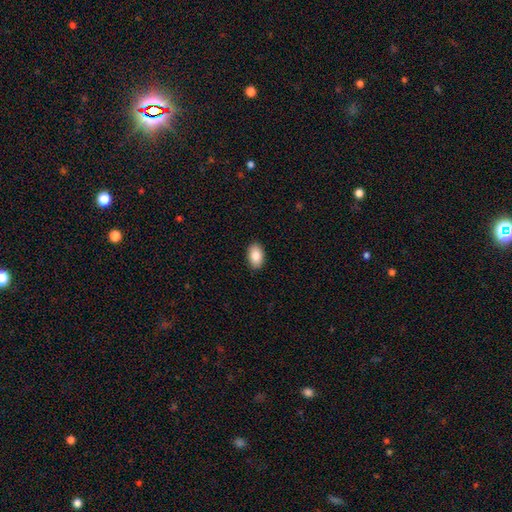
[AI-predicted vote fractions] Q: Smooth or featured?
A: smooth (86%); runner-up: star or artifact (7%)
Q: How rounded?
A: in between (91%); runner-up: round (8%)
Q: Merging?
A: none (90%); runner-up: minor disturbance (7%)